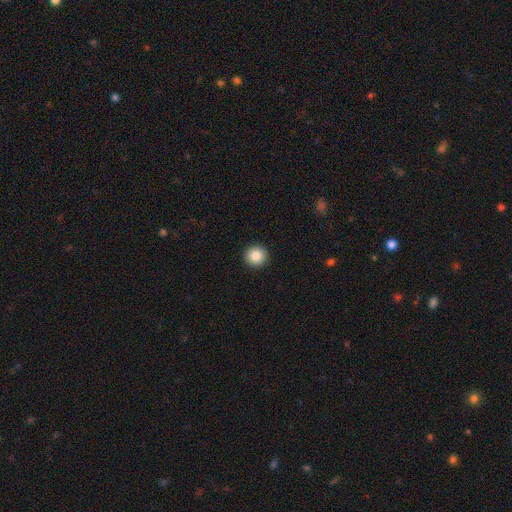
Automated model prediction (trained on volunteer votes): Smooth or featured?
  - smooth: 87% *
  - star or artifact: 9%
  - featured or disk: 4%
How rounded?
  - round: 95% *
  - in between: 4%
  - cigar-shaped: 1%
Merging?
  - none: 93% *
  - minor disturbance: 4%
  - major disturbance: 1%
  - merger: 1%